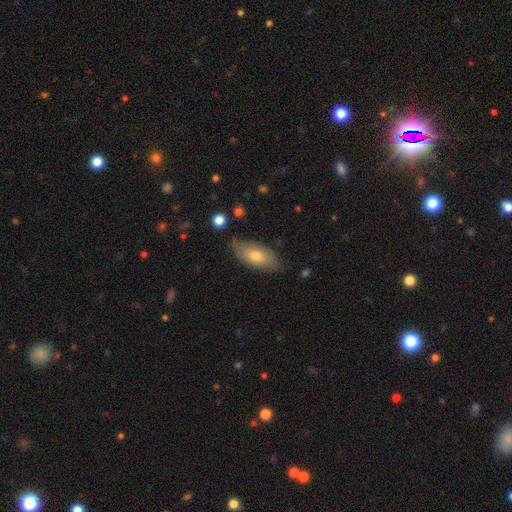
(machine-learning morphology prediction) Smooth or featured? Predicted: smooth (p=0.68). How rounded? Predicted: in between (p=0.86). Merging? Predicted: none (p=0.76).